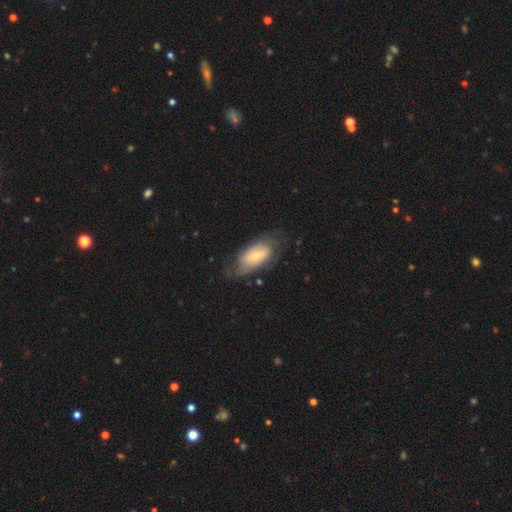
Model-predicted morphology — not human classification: This is possibly a featured or disk galaxy (51%). It is clearly not viewed edge-on (91%). Merging: possibly none (57%).